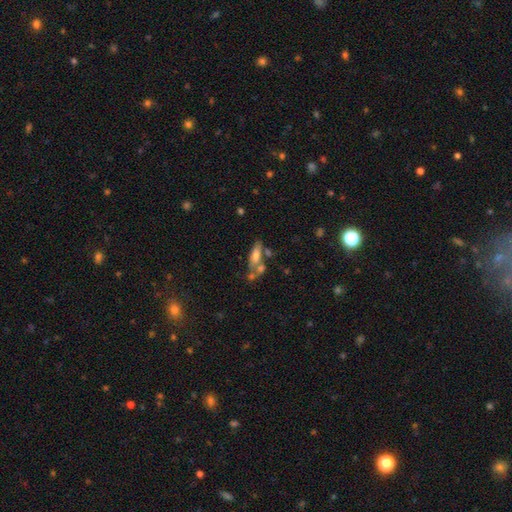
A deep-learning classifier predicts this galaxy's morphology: type=smooth (57%); roundness=in between (61%); merging=none (39%).